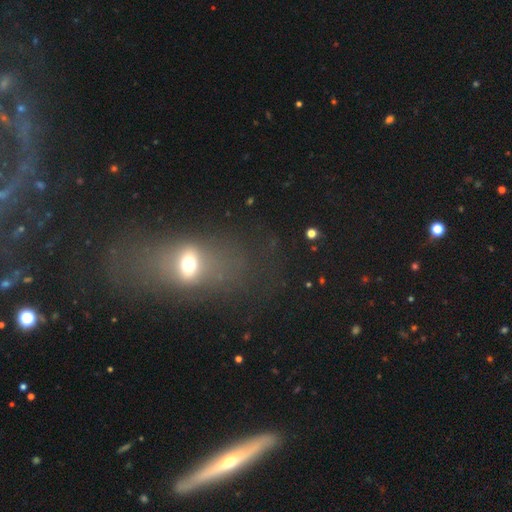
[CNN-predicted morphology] Smooth or featured? smooth (40%)
Merging? none (61%)